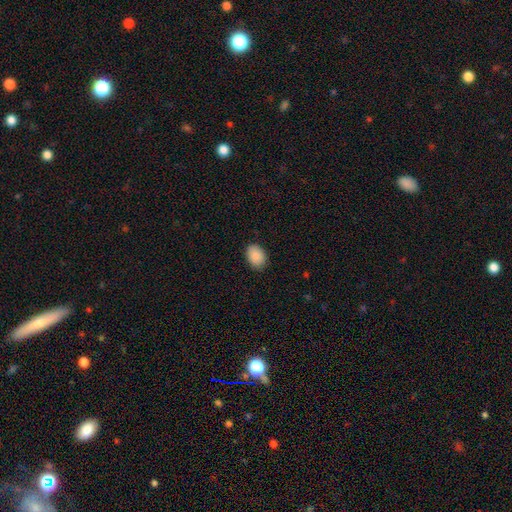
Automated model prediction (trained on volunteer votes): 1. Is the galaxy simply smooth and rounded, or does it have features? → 90% smooth, 7% star or artifact, 3% featured or disk.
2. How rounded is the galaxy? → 78% in between, 21% round, 1% cigar-shaped.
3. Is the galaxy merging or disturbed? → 86% none, 11% minor disturbance, 2% major disturbance, 1% merger.